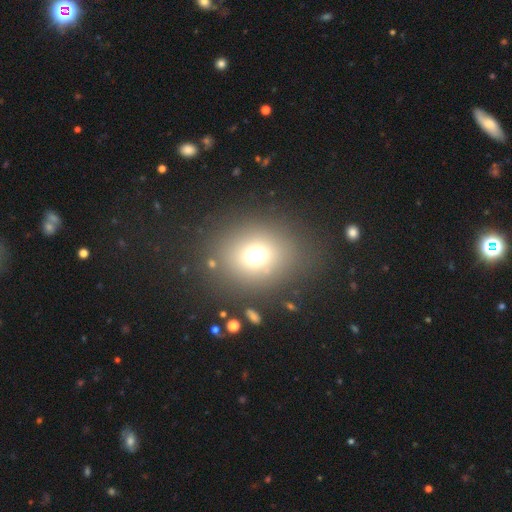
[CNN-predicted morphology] A smooth galaxy with no disk features (69%) that is round (69%).

Vote fractions:
- Smooth or featured? smooth: 69% / star or artifact: 20% / featured or disk: 11%
- How rounded? round: 69% / in between: 30% / cigar-shaped: 1%
- Merging? none: 80% / minor disturbance: 9% / major disturbance: 7% / merger: 4%